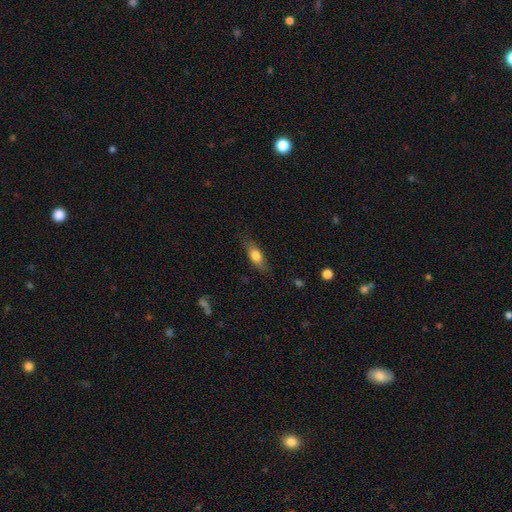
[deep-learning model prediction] A smooth galaxy with no disk features (69%) that is in between round and cigar-shaped (61%). Merging: none (81%).